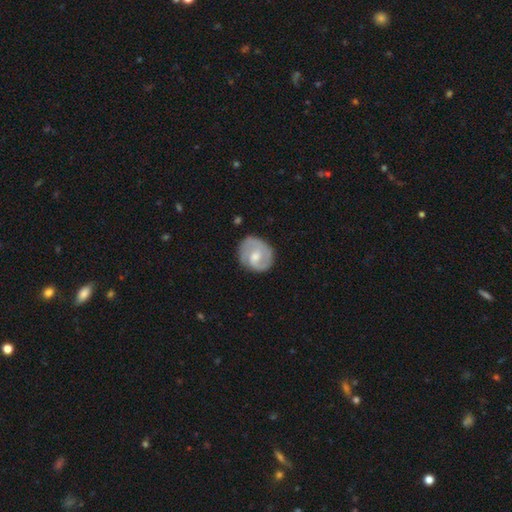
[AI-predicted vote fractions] Smooth or featured? featured or disk (66%)
Edge-on disk? no (98%)
Bar? no (49%)
Spiral arms? yes (84%)
Spiral winding? tight (45%)
Spiral arm count? 2 (58%)
Bulge size? moderate (60%)
Merging? none (71%)